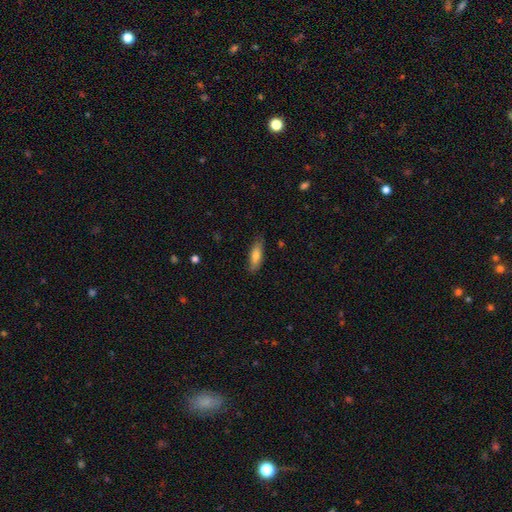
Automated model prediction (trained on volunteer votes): smooth 73%, featured or disk 21%, star or artifact 6%. Down the decision tree: how rounded — in between (49%, tied with cigar-shaped); merging — none (83%).